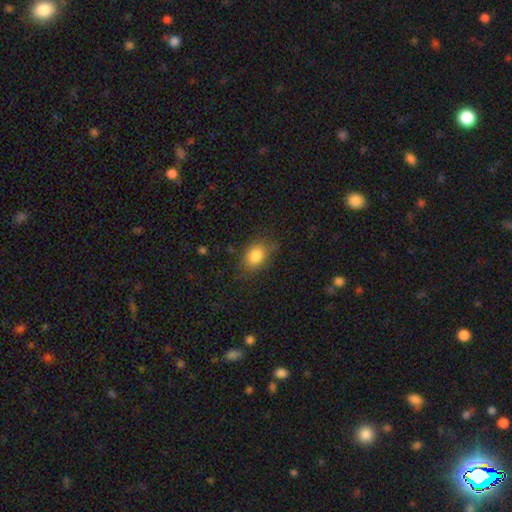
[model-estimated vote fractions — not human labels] This is clearly a smooth galaxy (83%). How rounded: likely in between (70%). Merging: likely none (76%).